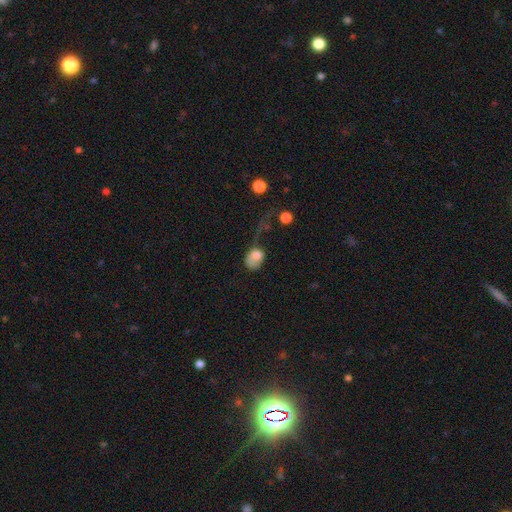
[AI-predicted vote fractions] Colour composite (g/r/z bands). It shows a smooth galaxy with no disk features (73%) that is in between round and cigar-shaped (62%). Merging: major disturbance (54%).